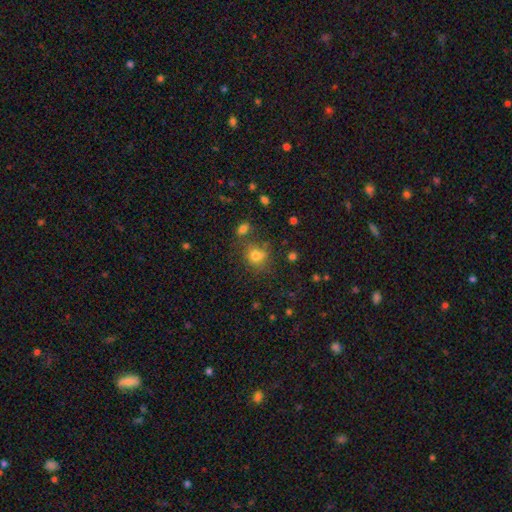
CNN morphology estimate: Smooth or featured? Predicted: smooth (p=0.74). How rounded? Predicted: round (p=0.68). Merging? Predicted: none (p=0.57).